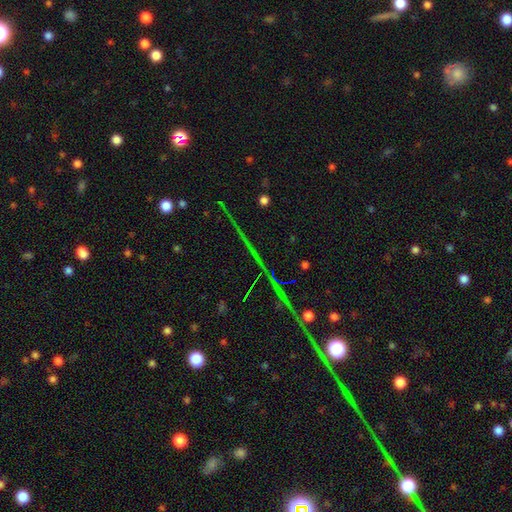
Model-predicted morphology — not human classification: This is likely a star or artifact rather than a galaxy (72%).